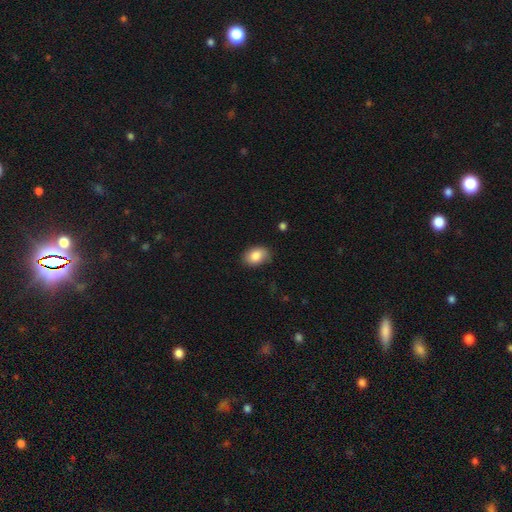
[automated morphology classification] smooth 85%, featured or disk 8%, star or artifact 7%. Down the decision tree: how rounded — in between (81%); merging — none (82%).